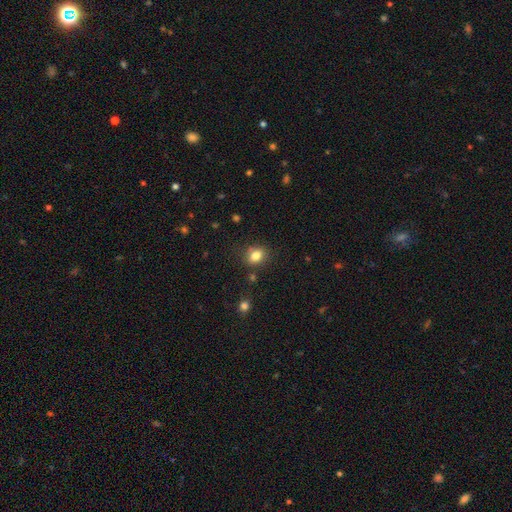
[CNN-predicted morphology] Overall: smooth (82%). How rounded: round (50%; in between 49%). Merging: none (79%).